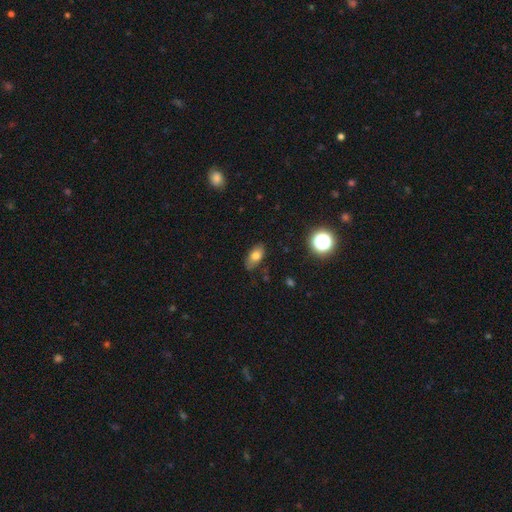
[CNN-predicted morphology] Smooth or featured: smooth — 75% (featured or disk — 15%)
How rounded: in between — 88% (round — 7%)
Merging: none — 81% (minor disturbance — 15%)